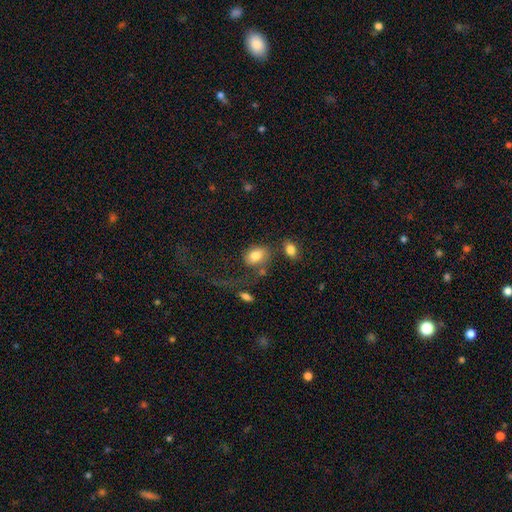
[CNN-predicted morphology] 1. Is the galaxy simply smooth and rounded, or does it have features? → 79% smooth, 12% featured or disk, 8% star or artifact.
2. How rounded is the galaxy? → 75% in between, 23% round, 1% cigar-shaped.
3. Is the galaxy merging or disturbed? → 49% none, 18% major disturbance, 18% minor disturbance, 16% merger.